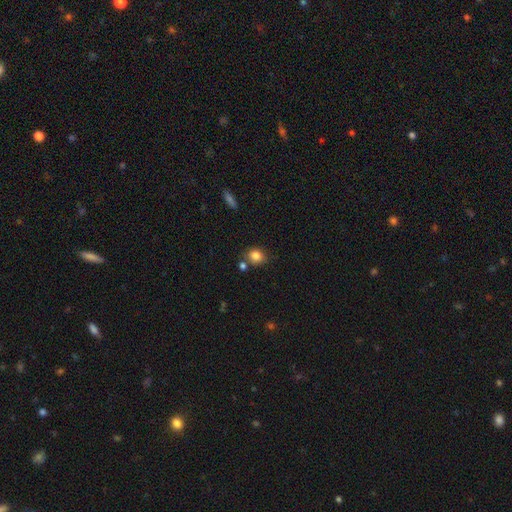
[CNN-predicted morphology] type=smooth (83%); roundness=round (69%); merging=none (72%).